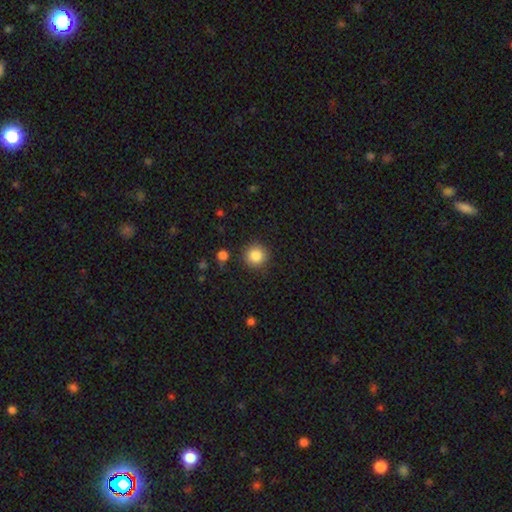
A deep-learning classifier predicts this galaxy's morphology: smooth-or-featured: smooth: 86% | star or artifact: 10% | featured or disk: 5%
  how-rounded: round: 94% | in between: 5% | cigar-shaped: 1%
  merging: none: 89% | minor disturbance: 7% | major disturbance: 2% | merger: 2%